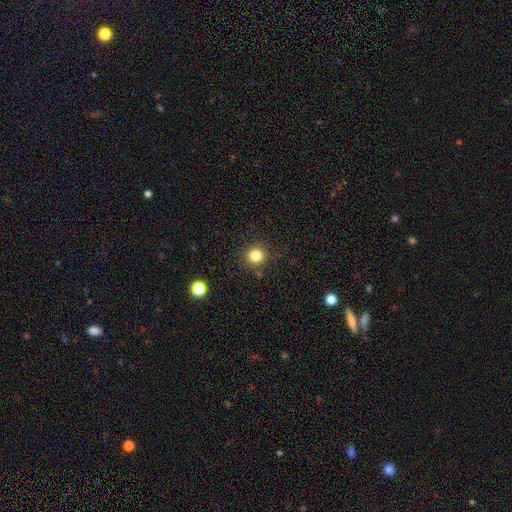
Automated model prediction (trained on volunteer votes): Smooth or featured: smooth — 83% (star or artifact — 12%)
How rounded: round — 91% (in between — 8%)
Merging: none — 87% (minor disturbance — 8%)